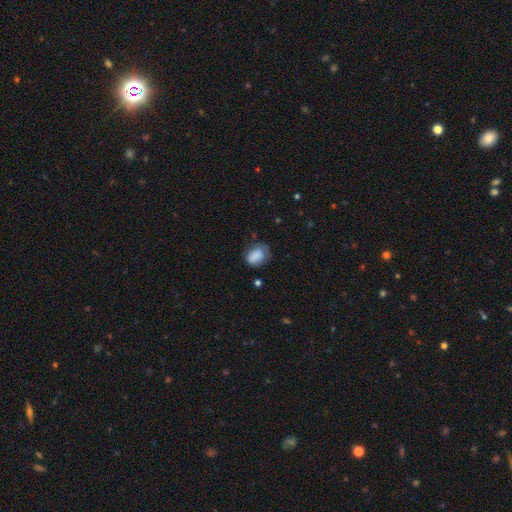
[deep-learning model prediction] smooth_or_featured: smooth (p=0.82) [alt: featured or disk p=0.10]
how_rounded: in between (p=0.71) [alt: round p=0.28]
merging: none (p=0.52) [alt: minor disturbance p=0.32]